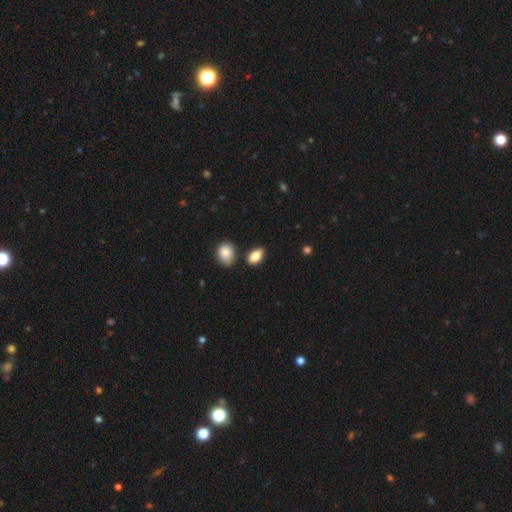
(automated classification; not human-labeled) The model was most divided on "merging": none: 78%, minor disturbance: 13%, merger: 7%, major disturbance: 3%. More confident: how rounded — in between (90%); smooth or featured — smooth (86%).